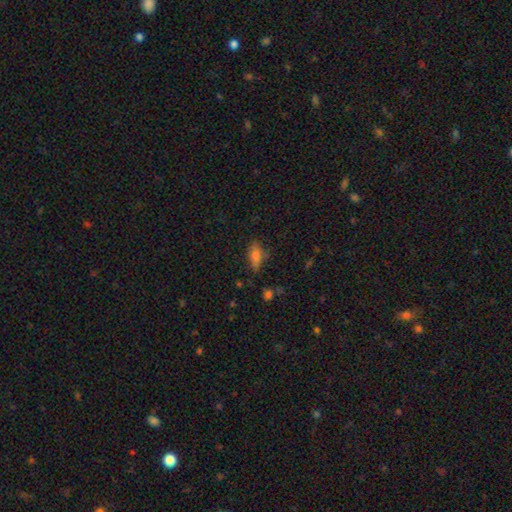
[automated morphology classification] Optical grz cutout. It shows a smooth galaxy with no disk features (68%) that is in between round and cigar-shaped (79%). Merging: none (69%).